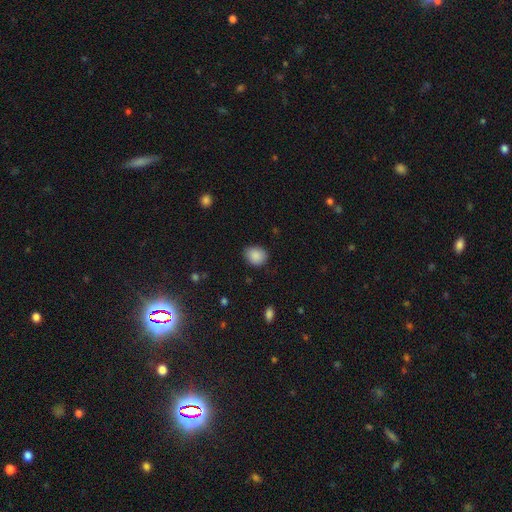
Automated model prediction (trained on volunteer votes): This is clearly a smooth galaxy (88%). How rounded: possibly round (59%). Merging: clearly none (82%).